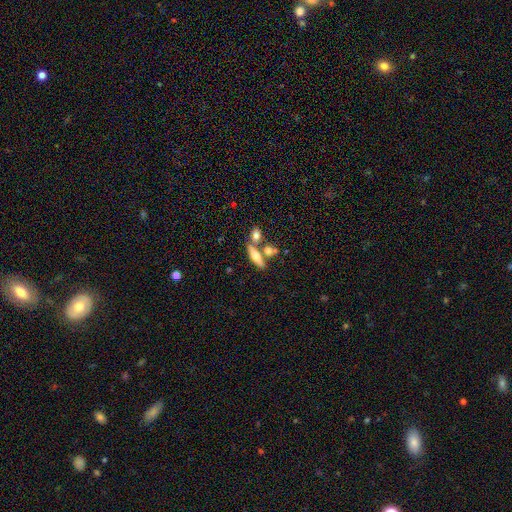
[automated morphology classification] Overall: smooth (48%; featured or disk 44%). Merging: none (56%; merger 29%).